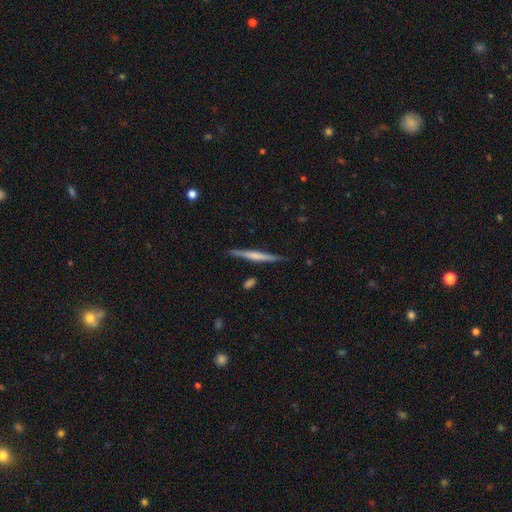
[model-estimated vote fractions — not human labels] Smooth or featured?
  - featured or disk: 53% *
  - smooth: 41%
  - star or artifact: 5%
Edge-on disk?
  - yes: 97% *
  - no: 3%
Edge-on bulge?
  - none: 49% *
  - rounded: 32%
  - boxy: 19%
Merging?
  - none: 86% *
  - minor disturbance: 10%
  - major disturbance: 2%
  - merger: 2%